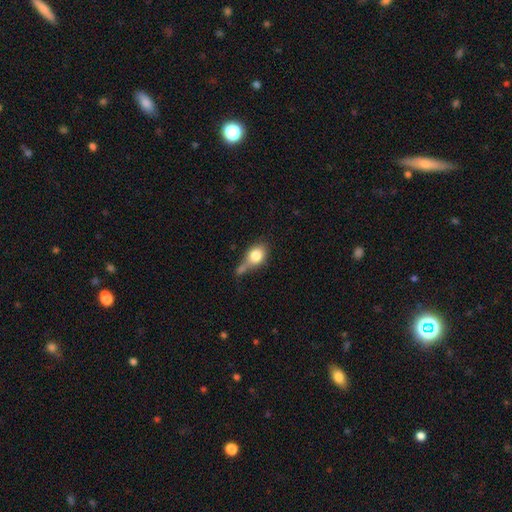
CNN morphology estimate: Overall: smooth (77%). How rounded: in between (59%; round 37%). Merging: merger (31%, tied with none).